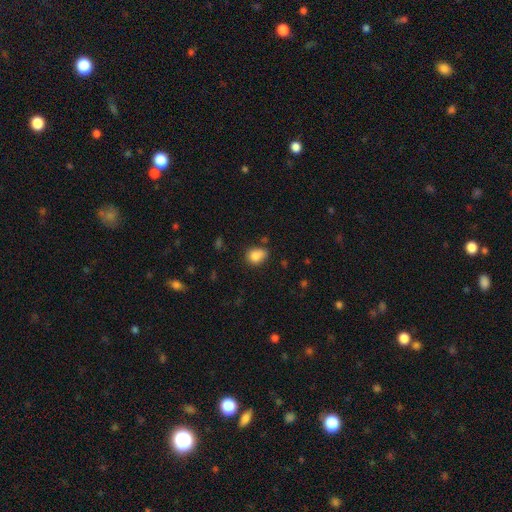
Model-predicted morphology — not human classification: This appears to be a smooth galaxy with no disk features (84%) that is in between round and cigar-shaped (54%). Merging: none (61%).